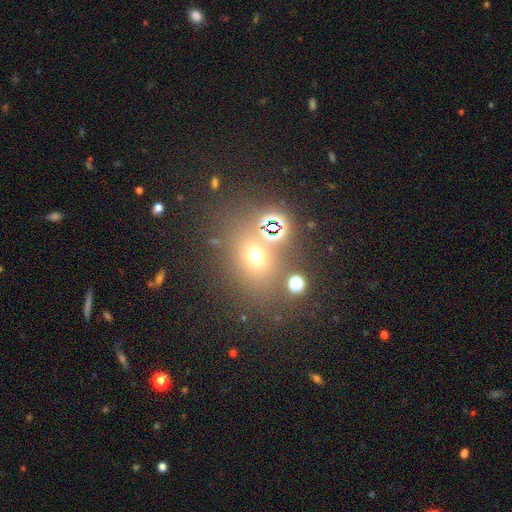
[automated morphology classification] smooth 57%, star or artifact 31%, featured or disk 12%. Down the decision tree: how rounded — round (62%); merging — none (69%).